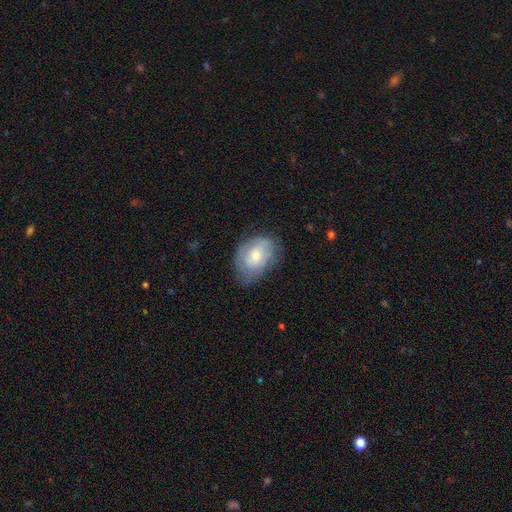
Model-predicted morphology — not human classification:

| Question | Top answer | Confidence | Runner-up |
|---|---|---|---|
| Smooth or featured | smooth | 59% | featured or disk (34%) |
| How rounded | in between | 80% | round (19%) |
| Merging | none | 61% | minor disturbance (28%) |